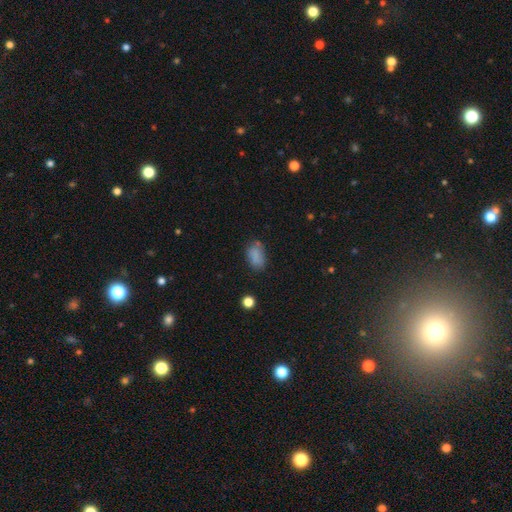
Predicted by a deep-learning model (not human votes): Smooth or featured? Predicted: smooth (p=0.80). How rounded? Predicted: in between (p=0.88). Merging? Predicted: none (p=0.67).